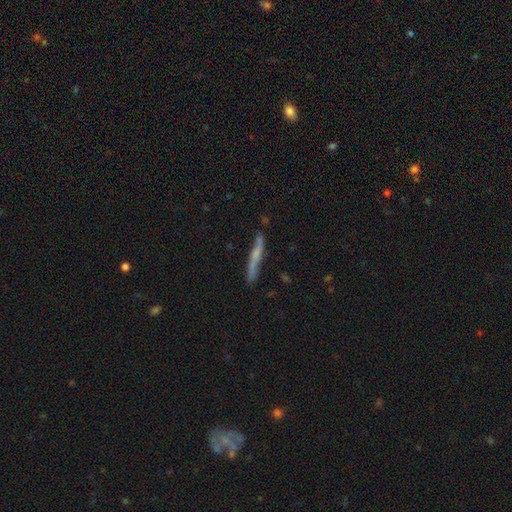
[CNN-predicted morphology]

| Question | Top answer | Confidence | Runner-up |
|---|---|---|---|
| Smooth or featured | featured or disk | 53% | smooth (40%) |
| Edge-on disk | yes | 87% | no (13%) |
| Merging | none | 77% | minor disturbance (17%) |